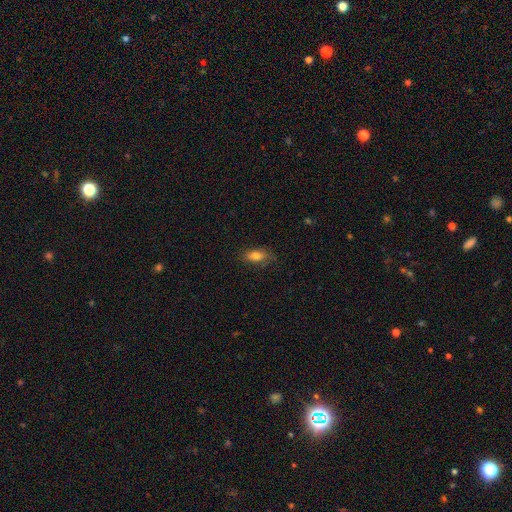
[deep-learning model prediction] Smooth or featured: smooth — 80% (featured or disk — 11%)
How rounded: in between — 84% (cigar-shaped — 11%)
Merging: none — 77% (minor disturbance — 18%)